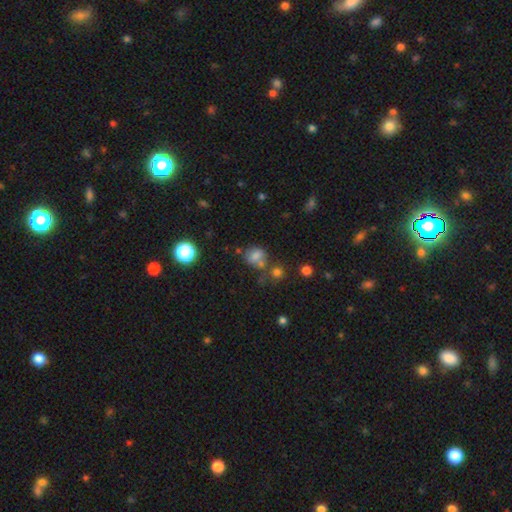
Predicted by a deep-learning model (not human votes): This is likely a smooth galaxy (73%). How rounded: likely round (62%). Merging: possibly none (55%).